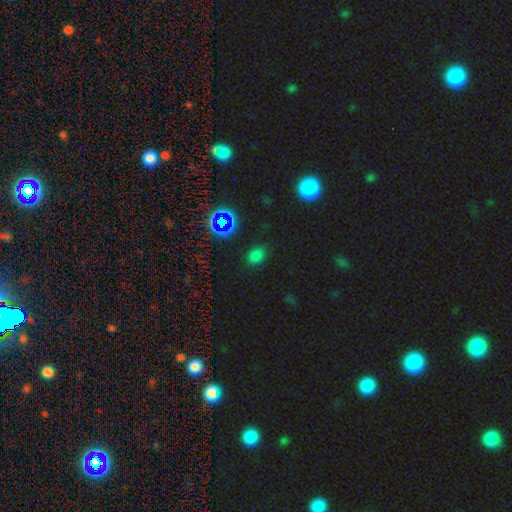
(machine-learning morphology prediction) This is likely a smooth galaxy (64%). How rounded: possibly in between (55%). Merging: clearly none (84%).